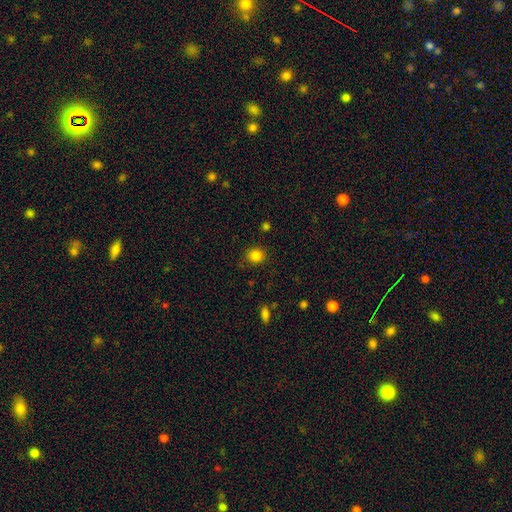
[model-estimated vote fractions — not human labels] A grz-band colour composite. It shows a smooth galaxy with no disk features (83%) that is round (83%). Merging: none (86%).